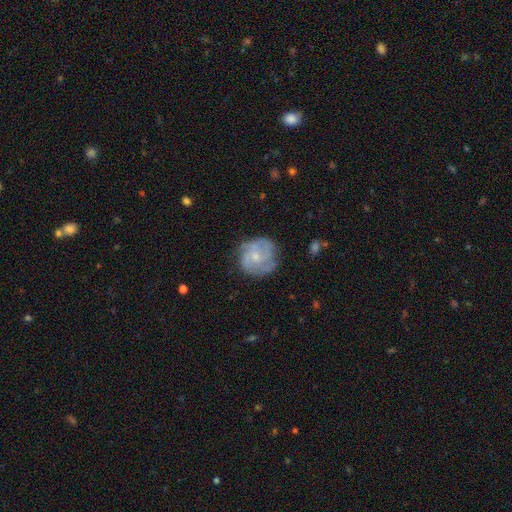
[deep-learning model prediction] smooth-or-featured: featured or disk: 66% | smooth: 27% | star or artifact: 7%
  disk-edge-on: no: 98% | yes: 2%
    bar: no: 68% | weak: 28% | strong: 4%
    has-spiral-arms: yes: 84% | no: 16%
      spiral-winding: medium: 43% | tight: 41% | loose: 16%
      spiral-arm-count: can't tell: 30% | 3: 29% | 2: 24% | 4: 9% | 1: 5% | more than 4: 4%
    bulge-size: small: 63% | moderate: 30% | none: 5% | large: 1% | dominant: 1%
  merging: none: 68% | minor disturbance: 21% | major disturbance: 9% | merger: 2%